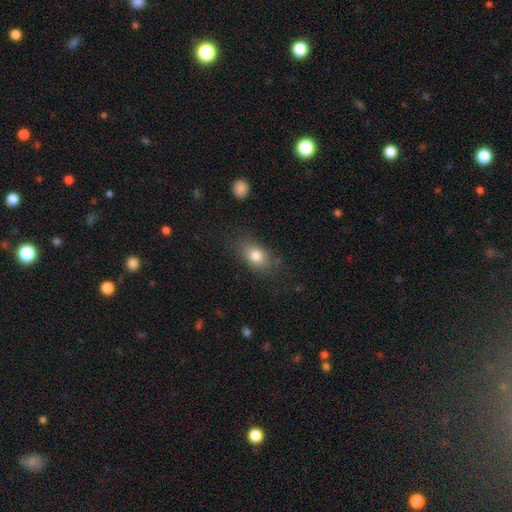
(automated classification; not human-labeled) This is clearly a smooth galaxy (80%). How rounded: likely in between (80%). Merging: likely none (76%).